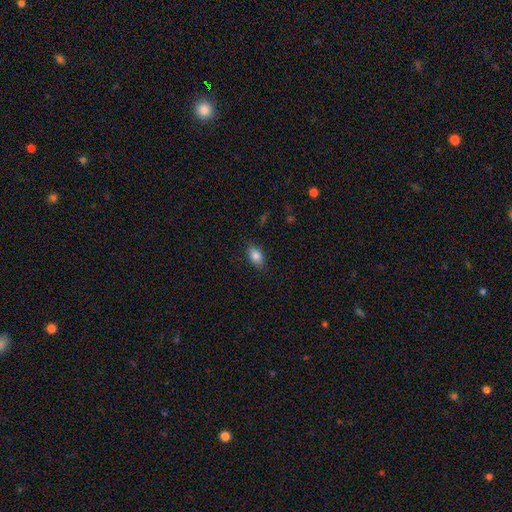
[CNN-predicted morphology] Smooth or featured? smooth (85%)
How rounded? in between (87%)
Merging? none (84%)